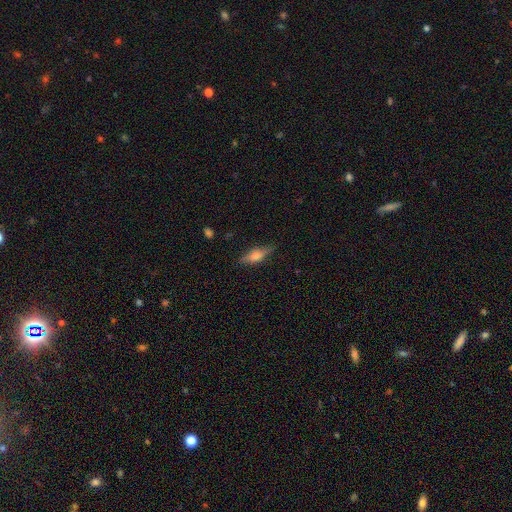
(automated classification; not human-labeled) Smooth or featured? smooth (49%)
Merging? none (84%)